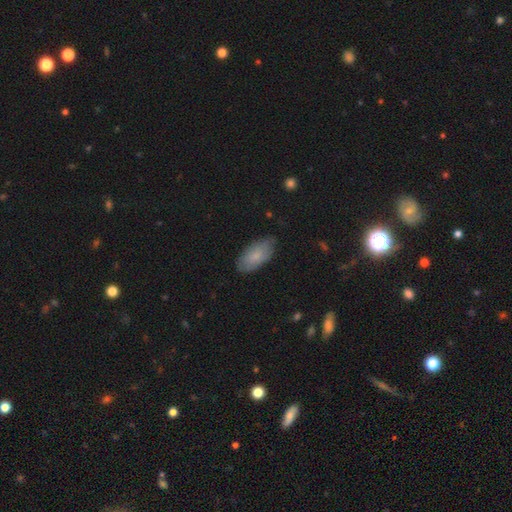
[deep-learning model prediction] Smooth or featured?
  - smooth: 76% *
  - featured or disk: 17%
  - star or artifact: 6%
How rounded?
  - in between: 92% *
  - cigar-shaped: 6%
  - round: 2%
Merging?
  - none: 78% *
  - minor disturbance: 18%
  - major disturbance: 3%
  - merger: 1%